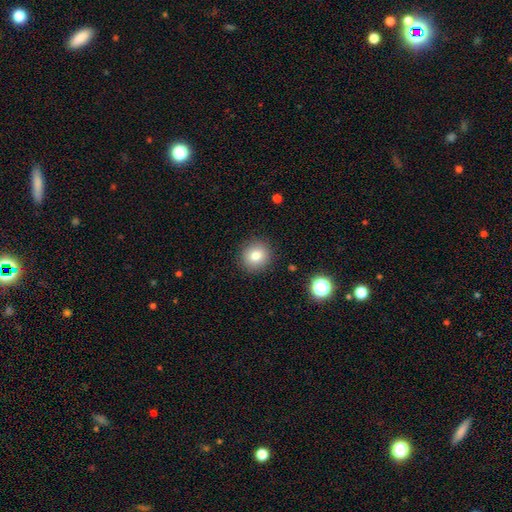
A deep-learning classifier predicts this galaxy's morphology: smooth-or-featured: smooth: 80% | star or artifact: 11% | featured or disk: 9%
  how-rounded: round: 91% | in between: 8% | cigar-shaped: 1%
  merging: none: 90% | minor disturbance: 7% | major disturbance: 2% | merger: 1%